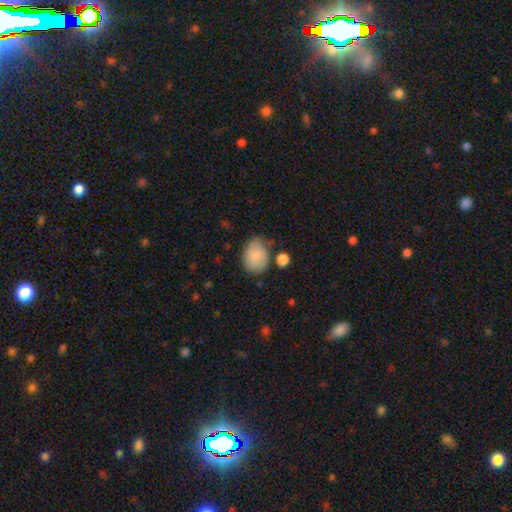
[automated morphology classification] Smooth or featured: smooth — 83% (featured or disk — 10%)
How rounded: in between — 73% (round — 26%)
Merging: none — 68% (minor disturbance — 21%)